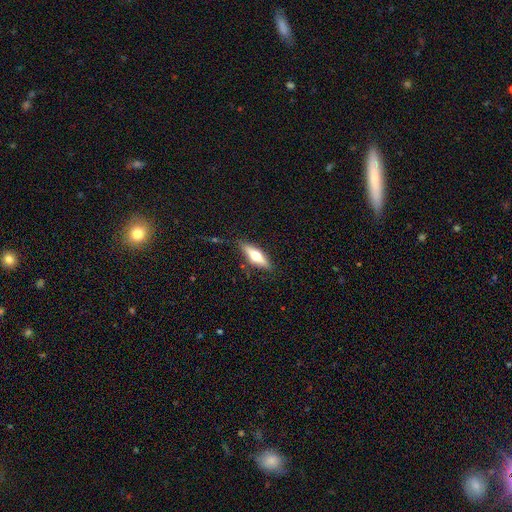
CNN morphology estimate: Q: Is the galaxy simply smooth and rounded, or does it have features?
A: featured or disk — 48%.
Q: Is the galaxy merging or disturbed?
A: none — 83%.